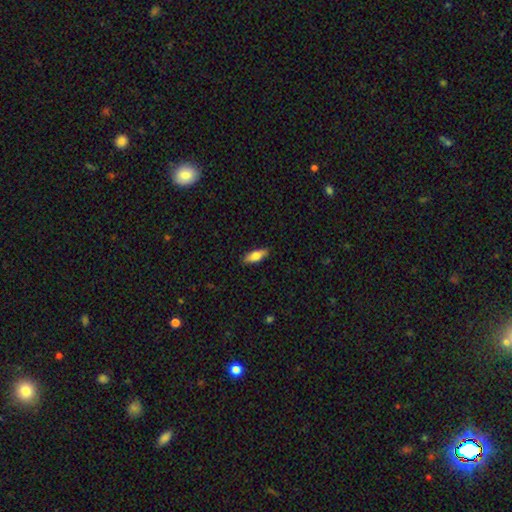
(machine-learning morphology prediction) This appears to be a smooth galaxy with no disk features (77%) that is in between round and cigar-shaped (68%). Merging: none (87%).